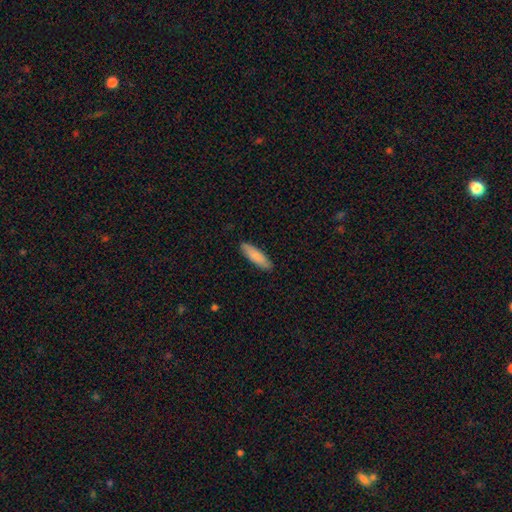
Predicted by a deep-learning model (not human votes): The model was most divided on "how rounded": cigar-shaped: 63%, in between: 36%, round: 1%. More confident: merging — none (89%); smooth or featured — smooth (85%).